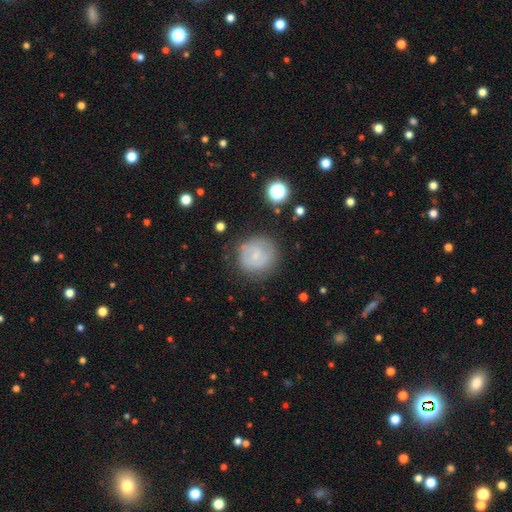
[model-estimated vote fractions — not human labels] The model was most divided on "smooth or featured": smooth: 51%, featured or disk: 39%, star or artifact: 9%. More confident: how rounded — round (89%); merging — none (76%).